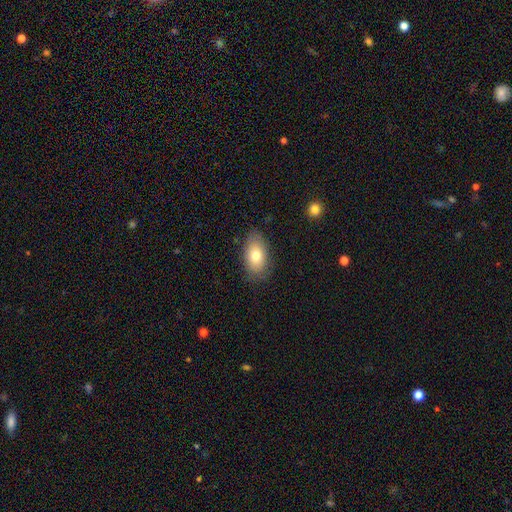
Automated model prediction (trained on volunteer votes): A smooth galaxy with no disk features (75%) that is in between round and cigar-shaped (90%).

Vote fractions:
- Smooth or featured? smooth: 75% / featured or disk: 17% / star or artifact: 8%
- How rounded? in between: 90% / round: 8% / cigar-shaped: 2%
- Merging? none: 83% / minor disturbance: 13% / major disturbance: 3% / merger: 1%